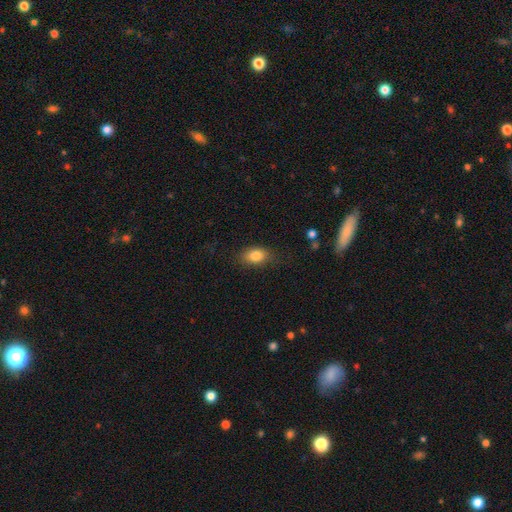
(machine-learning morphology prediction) smooth-or-featured: smooth: 83% | star or artifact: 9% | featured or disk: 8%
  how-rounded: in between: 80% | round: 17% | cigar-shaped: 2%
  merging: none: 77% | minor disturbance: 17% | major disturbance: 5% | merger: 1%